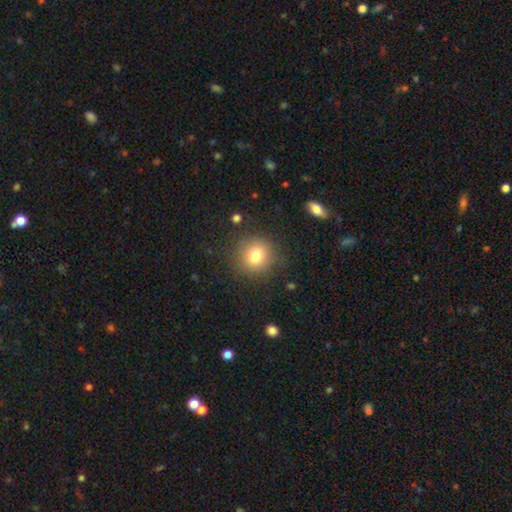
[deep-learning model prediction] This is likely a smooth galaxy (79%). How rounded: clearly round (91%). Merging: clearly none (85%).